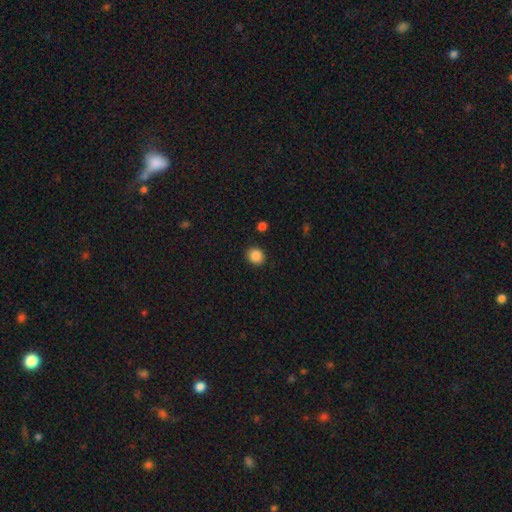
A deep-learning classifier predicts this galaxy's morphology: Smooth or featured? smooth (87%)
How rounded? round (83%)
Merging? none (91%)